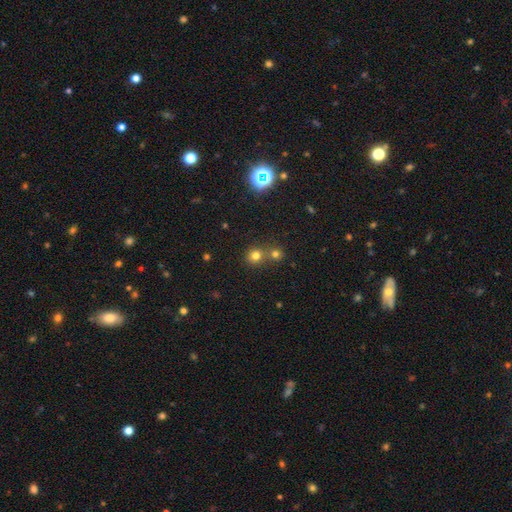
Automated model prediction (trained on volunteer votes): Smooth or featured: smooth — 71% (star or artifact — 22%)
How rounded: round — 87% (in between — 12%)
Merging: none — 56% (merger — 35%)